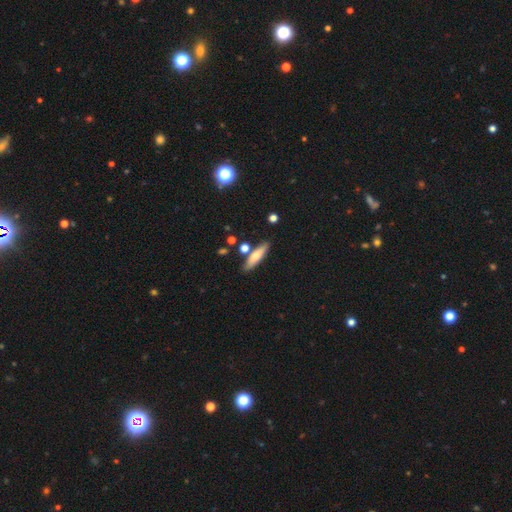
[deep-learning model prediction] A smooth galaxy with no disk features (71%) that is cigar-shaped (70%). Merging: none (78%).